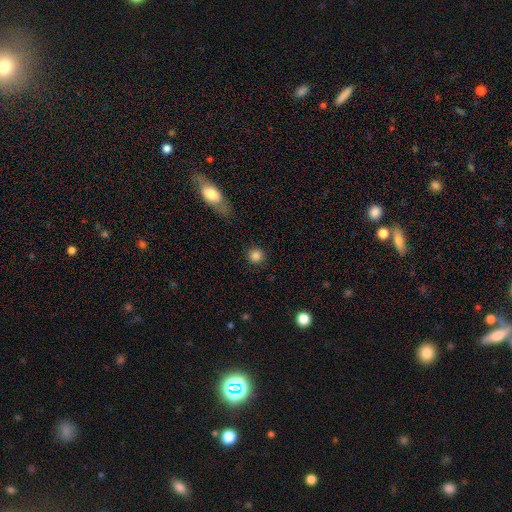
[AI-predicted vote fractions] Smooth or featured? Predicted: smooth (p=0.85). How rounded? Predicted: round (p=0.94). Merging? Predicted: none (p=0.89).